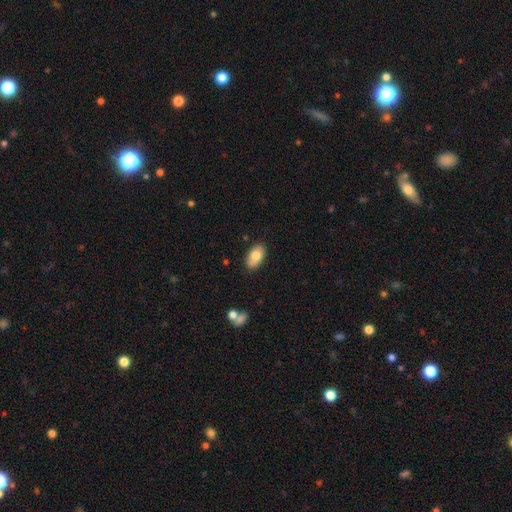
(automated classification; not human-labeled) Overall: smooth (78%). How rounded: in between (93%). Merging: none (83%).